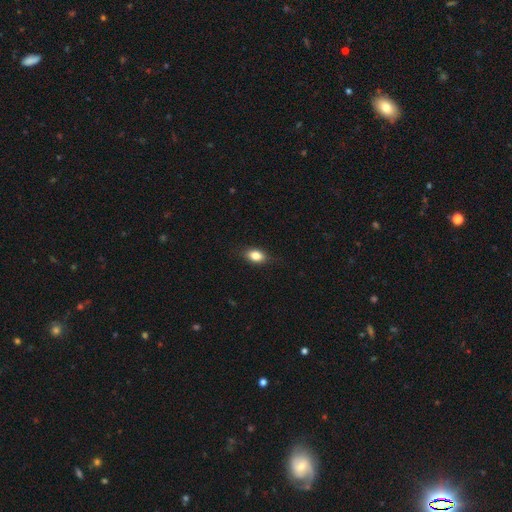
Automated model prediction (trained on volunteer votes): Smooth or featured: smooth — 82% (featured or disk — 10%)
How rounded: in between — 82% (round — 14%)
Merging: none — 82% (minor disturbance — 14%)